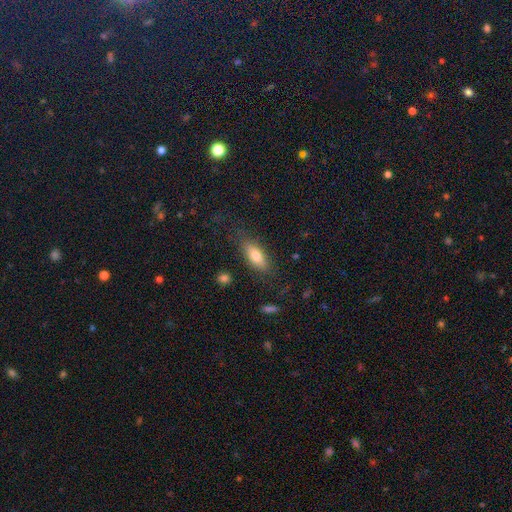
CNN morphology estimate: smooth_or_featured: smooth (p=0.75) [alt: featured or disk p=0.17]
how_rounded: in between (p=0.73) [alt: cigar-shaped p=0.24]
merging: none (p=0.76) [alt: minor disturbance p=0.16]